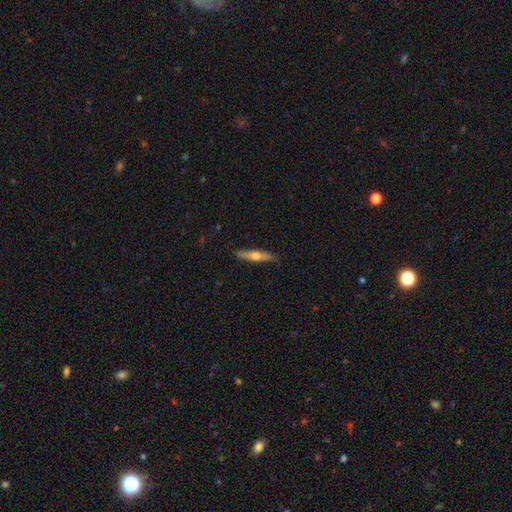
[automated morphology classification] smooth 48%, featured or disk 47%, star or artifact 6%. Down the decision tree: merging — none (86%).